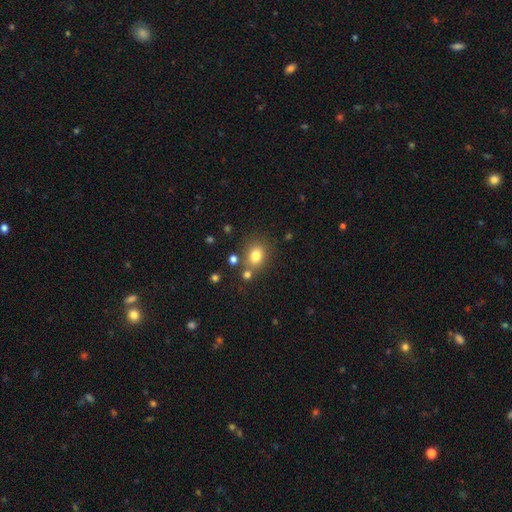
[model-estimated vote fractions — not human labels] This is likely a smooth galaxy (79%). How rounded: possibly round (56%). Merging: likely none (71%).